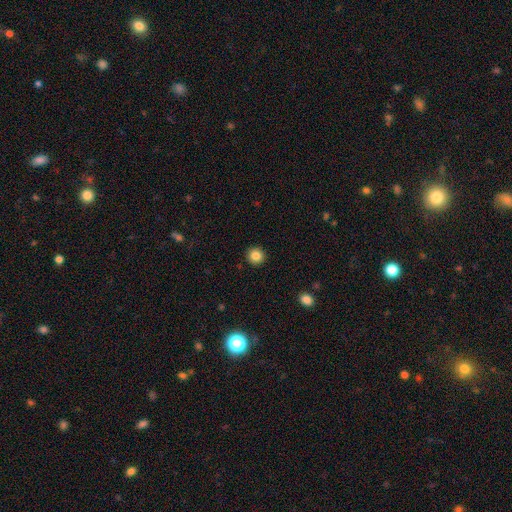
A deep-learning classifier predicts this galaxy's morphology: Smooth or featured?
  - smooth: 84% *
  - star or artifact: 11%
  - featured or disk: 5%
How rounded?
  - round: 95% *
  - in between: 4%
  - cigar-shaped: 1%
Merging?
  - none: 93% *
  - minor disturbance: 5%
  - major disturbance: 2%
  - merger: 1%